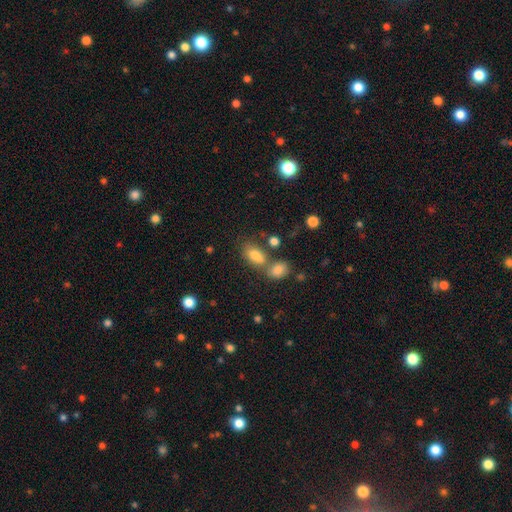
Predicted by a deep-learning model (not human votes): Overall: smooth (80%). How rounded: in between (87%). Merging: none (49%; merger 33%).